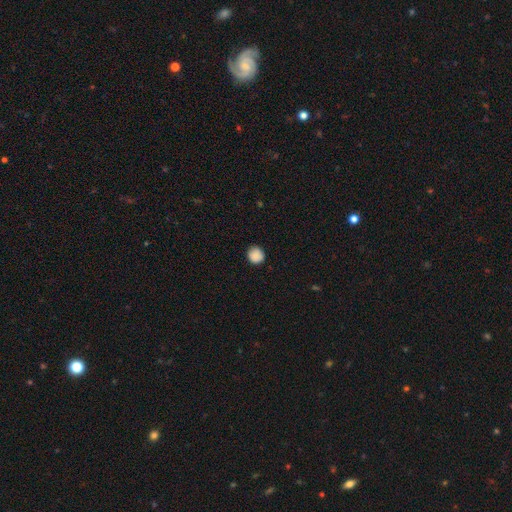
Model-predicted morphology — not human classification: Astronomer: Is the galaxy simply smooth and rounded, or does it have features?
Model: smooth — 88%.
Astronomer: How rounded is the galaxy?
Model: round — 90%.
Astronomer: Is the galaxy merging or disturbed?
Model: none — 88%.